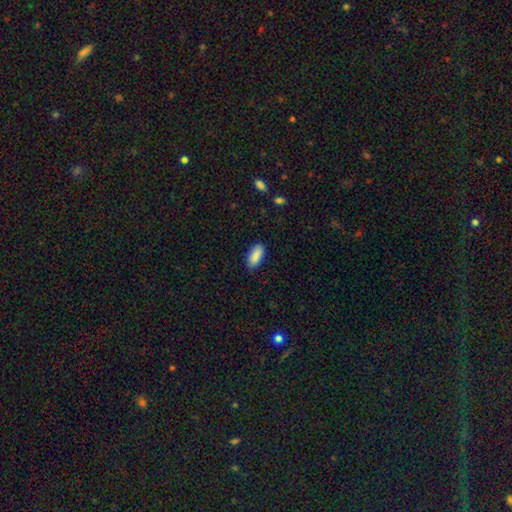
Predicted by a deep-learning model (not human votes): Smooth or featured? Predicted: smooth (p=0.89). How rounded? Predicted: in between (p=0.88). Merging? Predicted: none (p=0.87).